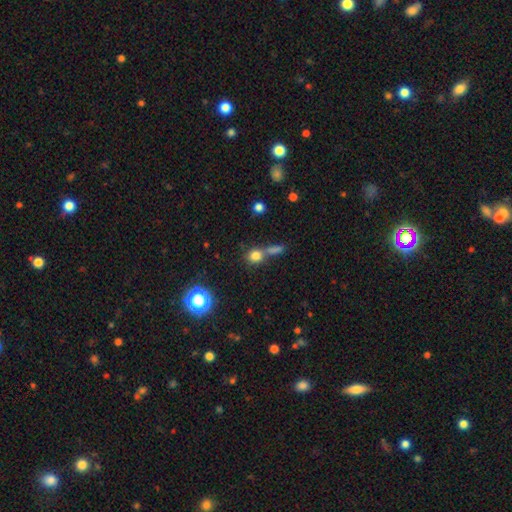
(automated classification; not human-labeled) The model was most divided on "merging": none: 49%, merger: 36%, minor disturbance: 9%, major disturbance: 6%. More confident: how rounded — round (79%); smooth or featured — smooth (75%).